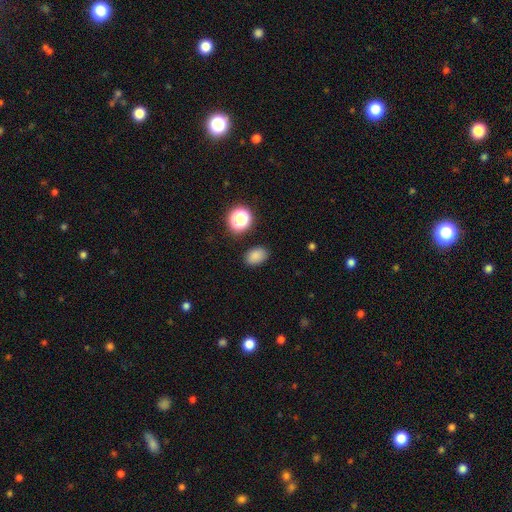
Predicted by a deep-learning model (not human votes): Smooth or featured?
  - smooth: 82% *
  - star or artifact: 13%
  - featured or disk: 5%
How rounded?
  - in between: 79% *
  - round: 20%
  - cigar-shaped: 1%
Merging?
  - none: 85% *
  - minor disturbance: 10%
  - major disturbance: 3%
  - merger: 2%